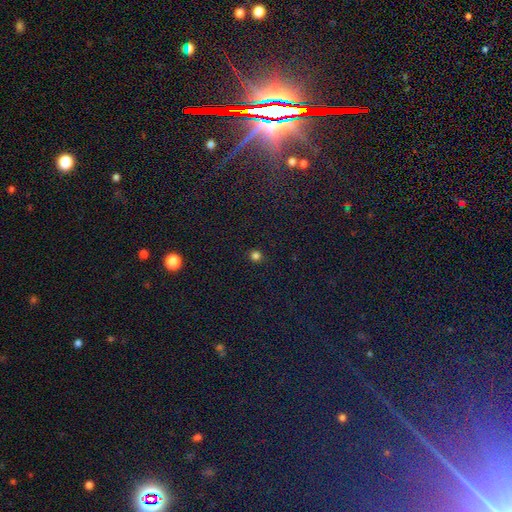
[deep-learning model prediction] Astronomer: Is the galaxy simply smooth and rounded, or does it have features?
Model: smooth — 79%.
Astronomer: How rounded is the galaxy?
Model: round — 91%.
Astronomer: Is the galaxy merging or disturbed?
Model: none — 91%.